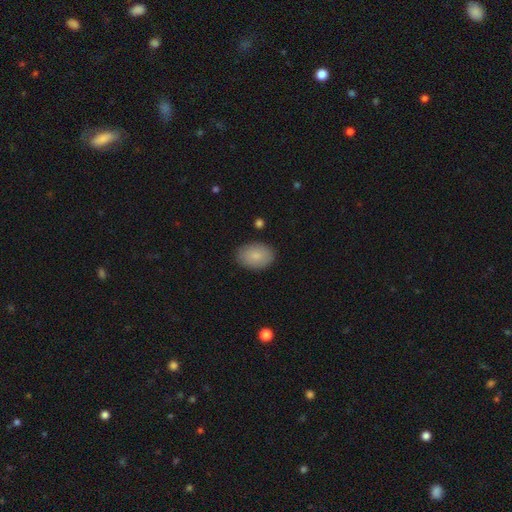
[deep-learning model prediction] Morphology: type=smooth (84%); roundness=in between (86%); merging=none (87%).